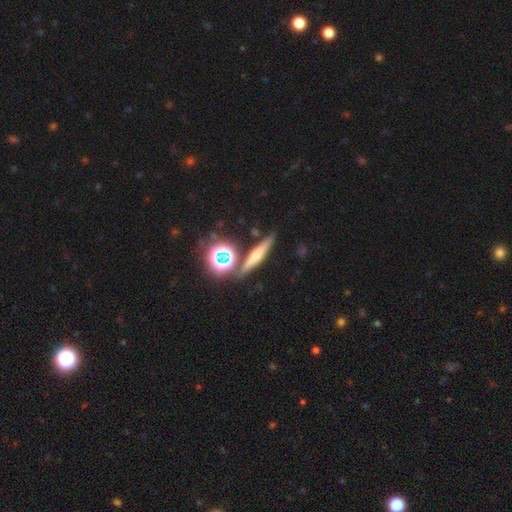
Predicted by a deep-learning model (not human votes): Overall: smooth (40%; featured or disk 39%). Merging: none (82%).